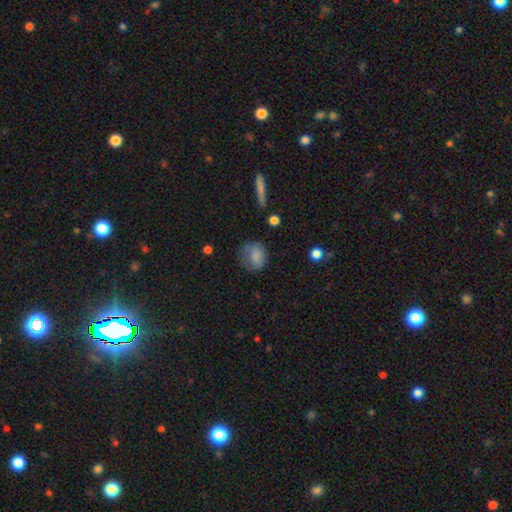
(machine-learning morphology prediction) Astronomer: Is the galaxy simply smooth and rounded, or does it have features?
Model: smooth — 78%.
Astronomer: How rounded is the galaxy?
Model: round — 60% (runner-up: in between, 38%).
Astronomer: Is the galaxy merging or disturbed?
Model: none — 55%.